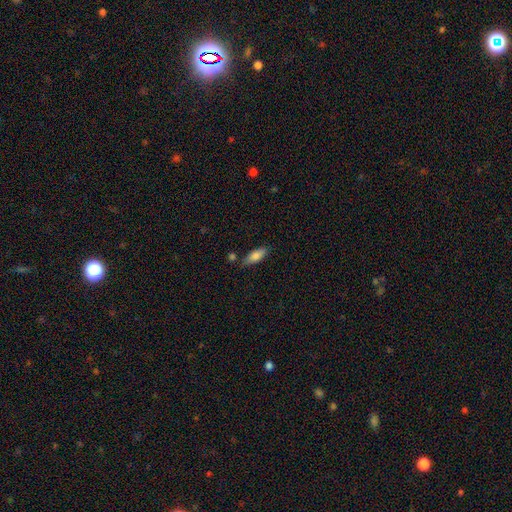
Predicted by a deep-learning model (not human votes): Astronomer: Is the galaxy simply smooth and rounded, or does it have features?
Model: smooth — 77%.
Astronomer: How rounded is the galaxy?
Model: in between — 64%.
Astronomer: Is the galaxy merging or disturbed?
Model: none — 73%.